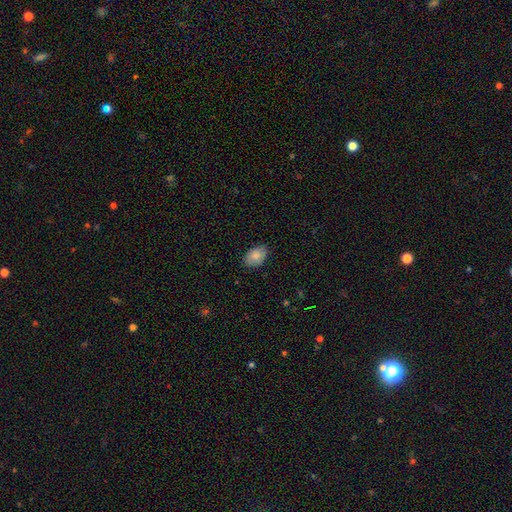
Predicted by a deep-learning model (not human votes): Smooth or featured?
  - smooth: 85% *
  - featured or disk: 8%
  - star or artifact: 7%
How rounded?
  - in between: 89% *
  - round: 10%
  - cigar-shaped: 1%
Merging?
  - none: 83% *
  - minor disturbance: 14%
  - major disturbance: 2%
  - merger: 1%